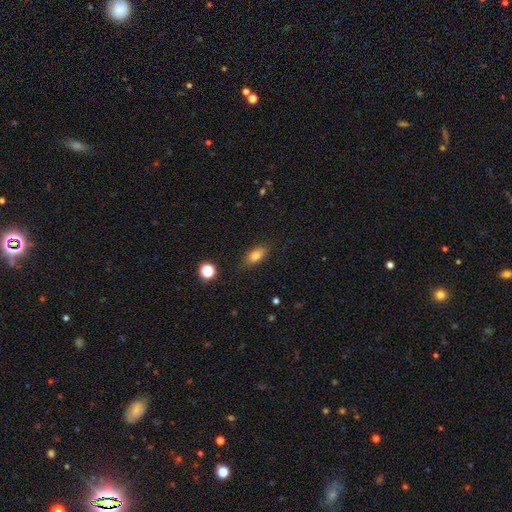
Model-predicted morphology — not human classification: type=smooth (78%); roundness=in between (82%); merging=none (82%).